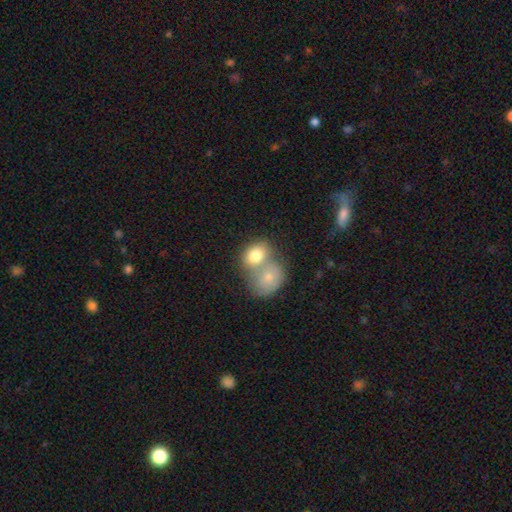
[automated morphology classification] smooth_or_featured: smooth (p=0.76) [alt: featured or disk p=0.17]
how_rounded: in between (p=0.52) [alt: round p=0.47]
merging: merger (p=0.65) [alt: none p=0.23]